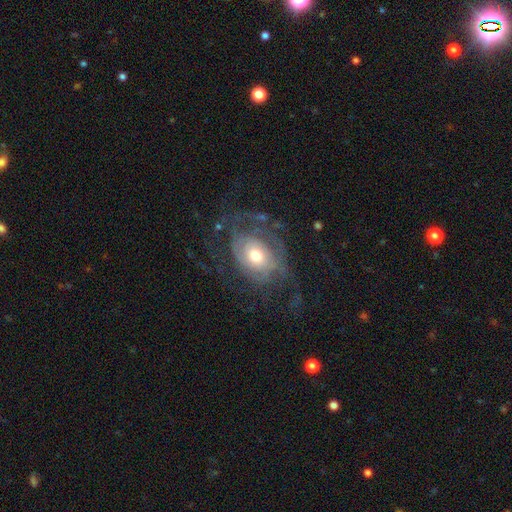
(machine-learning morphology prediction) Overall: featured or disk (75%). Edge-on disk: no (96%). Bar: no (78%). Spiral arms: yes (80%). Spiral arm count: can't tell (41%; 2 23%). Spiral winding: tight (45%; medium 34%). Bulge size: moderate (66%). Merging: none (54%; major disturbance 25%).